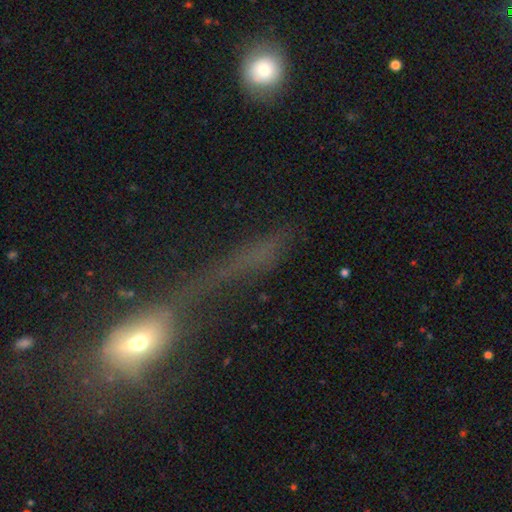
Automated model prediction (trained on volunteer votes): Overall: smooth (43%; featured or disk 31%). Merging: major disturbance (36%; none 29%).